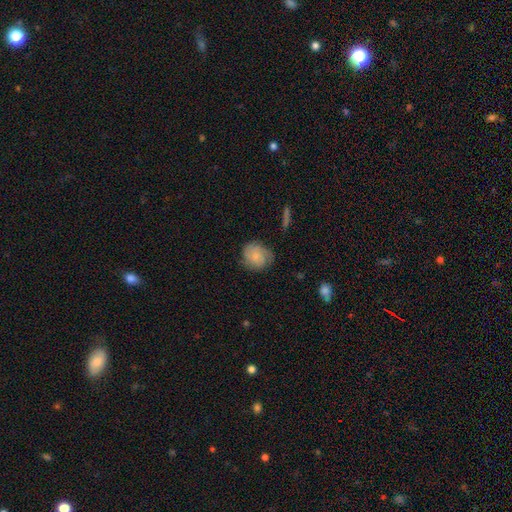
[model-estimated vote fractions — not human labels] This appears to be a smooth galaxy with no disk features (53%) that is round (76%). Merging: none (73%).